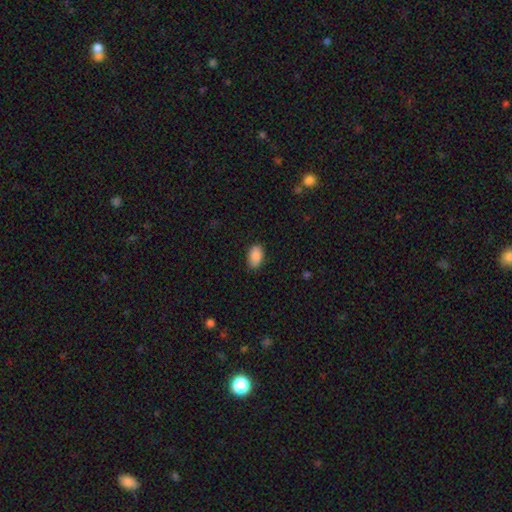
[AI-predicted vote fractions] Smooth or featured?
  - smooth: 89% *
  - star or artifact: 7%
  - featured or disk: 4%
How rounded?
  - in between: 92% *
  - round: 7%
  - cigar-shaped: 1%
Merging?
  - none: 85% *
  - minor disturbance: 12%
  - major disturbance: 2%
  - merger: 1%